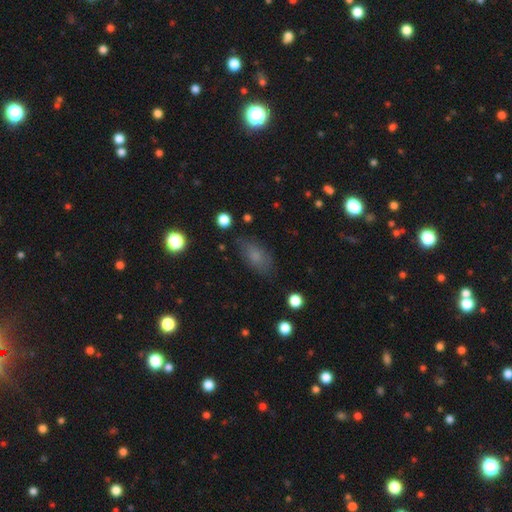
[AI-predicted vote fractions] Smooth or featured? Predicted: smooth (p=0.72). How rounded? Predicted: in between (p=0.87). Merging? Predicted: none (p=0.76).